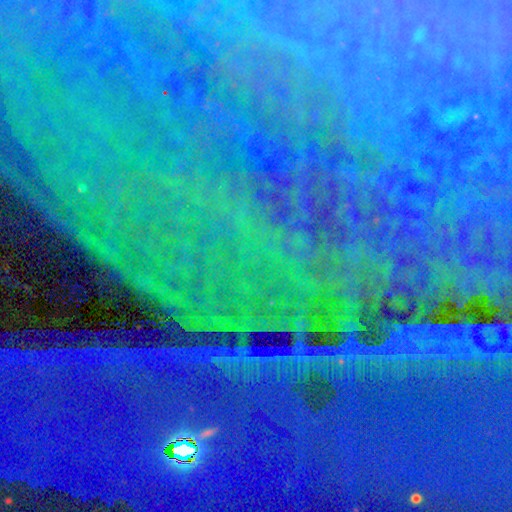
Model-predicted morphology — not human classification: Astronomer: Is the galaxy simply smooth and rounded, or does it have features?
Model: star or artifact — 86%.